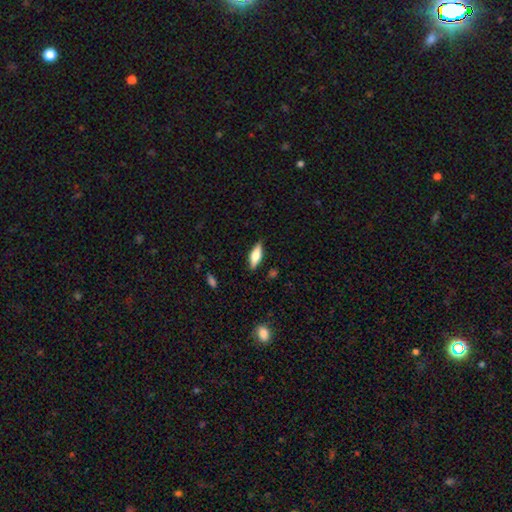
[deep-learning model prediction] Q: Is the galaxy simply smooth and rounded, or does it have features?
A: smooth — 60%.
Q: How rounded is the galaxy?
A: in between — 65%.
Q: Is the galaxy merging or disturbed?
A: none — 86%.